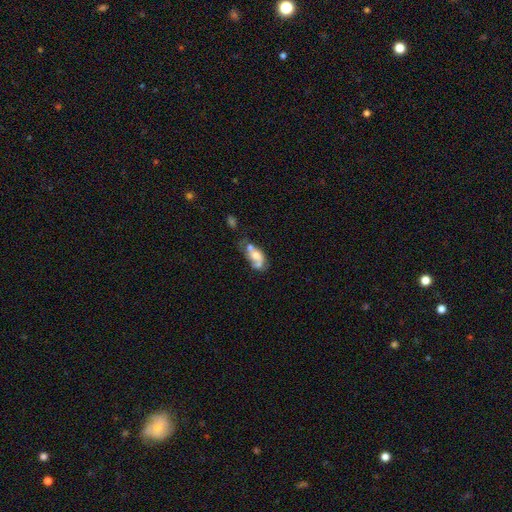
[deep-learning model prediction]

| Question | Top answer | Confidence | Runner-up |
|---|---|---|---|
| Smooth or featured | smooth | 46% | featured or disk (45%) |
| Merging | merger | 42% | none (22%) |